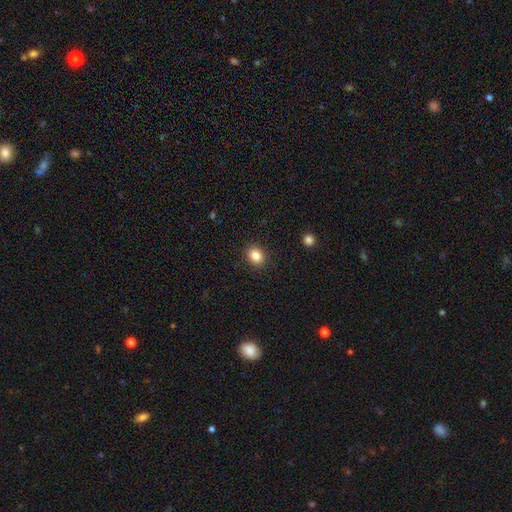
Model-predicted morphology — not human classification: Smooth or featured: smooth — 84% (star or artifact — 10%)
How rounded: round — 58% (in between — 41%)
Merging: none — 90% (minor disturbance — 7%)